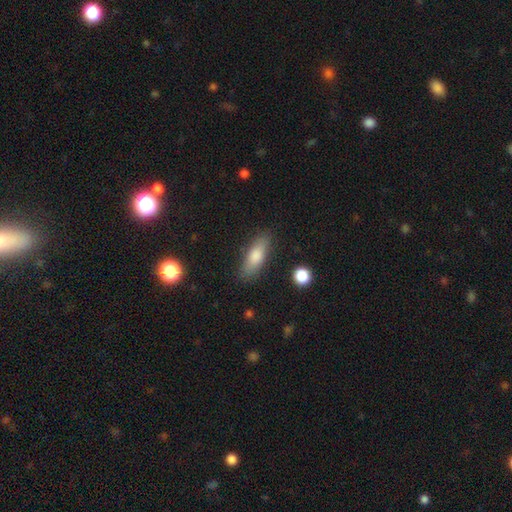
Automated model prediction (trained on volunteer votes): smooth_or_featured: smooth (p=0.75) [alt: featured or disk p=0.18]
how_rounded: in between (p=0.60) [alt: cigar-shaped p=0.37]
merging: none (p=0.84) [alt: minor disturbance p=0.12]